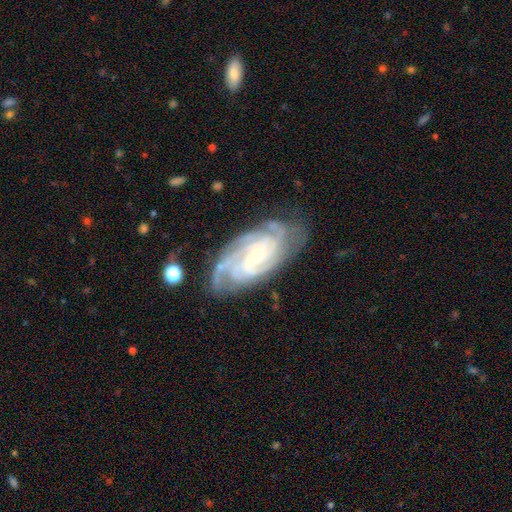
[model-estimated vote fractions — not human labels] A featured or disk galaxy (91%) with no bar (53%), 4 (33%) tight (71%) spiral arms (98%) and a small central bulge (70%).

Vote fractions:
- Smooth or featured? featured or disk: 91% / star or artifact: 5% / smooth: 4%
- Edge-on disk? no: 96% / yes: 4%
- Bar? no: 53% / weak: 34% / strong: 13%
- Spiral arms? yes: 98% / no: 2%
- Spiral winding? tight: 71% / medium: 26% / loose: 3%
- Spiral arm count? 4: 33% / 3: 27% / can't tell: 15% / 2: 11% / more than 4: 8% / 1: 5%
- Bulge size? small: 70% / moderate: 27% / none: 1% / large: 1% / dominant: 1%
- Merging? none: 75% / minor disturbance: 18% / major disturbance: 5% / merger: 2%